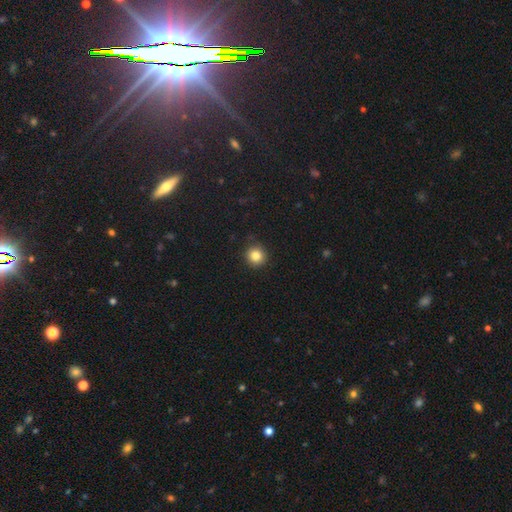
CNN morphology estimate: smooth-or-featured: smooth: 83% | star or artifact: 11% | featured or disk: 6%
  how-rounded: round: 94% | in between: 5% | cigar-shaped: 1%
  merging: none: 90% | minor disturbance: 7% | major disturbance: 2% | merger: 1%